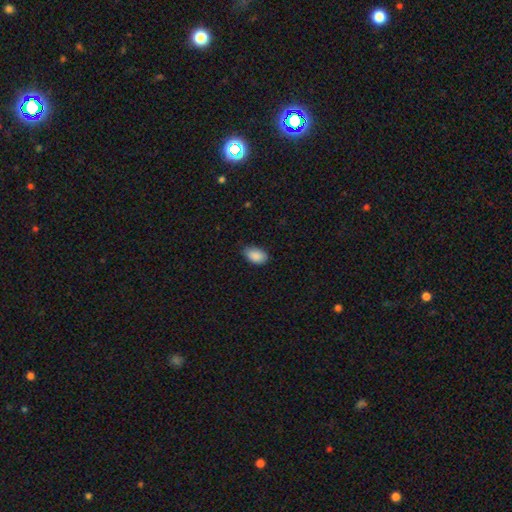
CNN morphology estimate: Smooth or featured? Predicted: smooth (p=0.90). How rounded? Predicted: in between (p=0.92). Merging? Predicted: none (p=0.78).